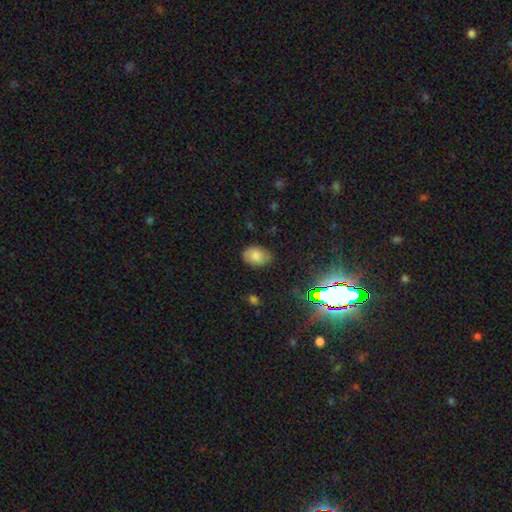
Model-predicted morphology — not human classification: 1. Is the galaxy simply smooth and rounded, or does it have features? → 71% smooth, 17% featured or disk, 12% star or artifact.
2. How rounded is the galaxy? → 79% in between, 20% round, 1% cigar-shaped.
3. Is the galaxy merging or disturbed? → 78% none, 17% minor disturbance, 4% major disturbance, 1% merger.